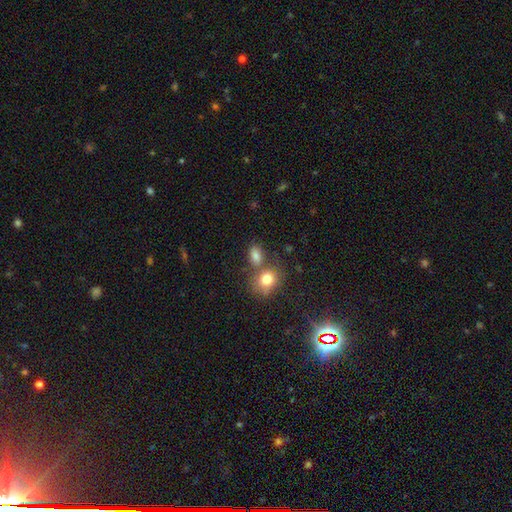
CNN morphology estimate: Smooth or featured?
  - smooth: 80% *
  - star or artifact: 11%
  - featured or disk: 8%
How rounded?
  - in between: 75% *
  - round: 23%
  - cigar-shaped: 2%
Merging?
  - none: 53% *
  - merger: 29%
  - minor disturbance: 13%
  - major disturbance: 5%